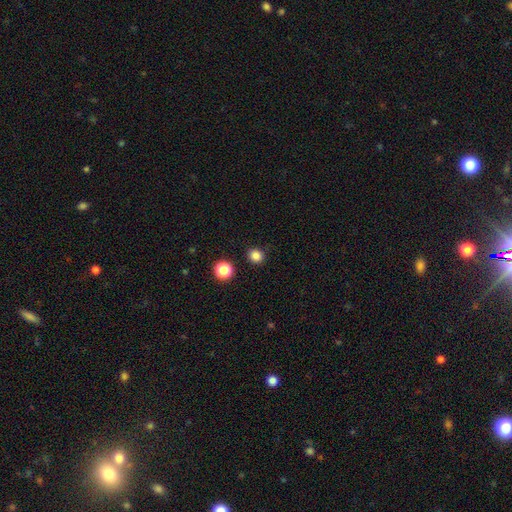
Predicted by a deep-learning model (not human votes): Smooth or featured? Predicted: smooth (p=0.84). How rounded? Predicted: round (p=0.83). Merging? Predicted: none (p=0.90).